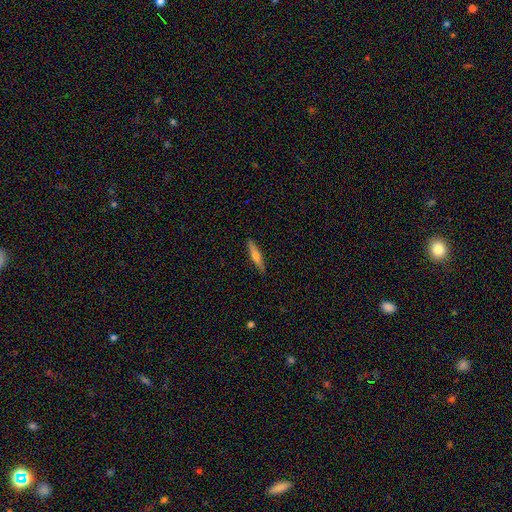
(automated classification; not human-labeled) A smooth galaxy with no disk features (49%).

Vote fractions:
- Smooth or featured? smooth: 49% / featured or disk: 45% / star or artifact: 6%
- Merging? none: 90% / minor disturbance: 8% / major disturbance: 2% / merger: 1%